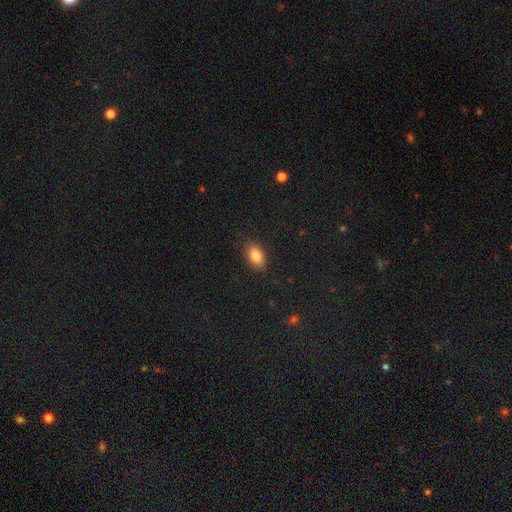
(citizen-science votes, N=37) A smooth galaxy with no disk features (86%) that is in between round and cigar-shaped (91%).

Vote fractions:
- Smooth or featured? smooth: 86% / featured or disk: 8% / star or artifact: 5%
- How rounded? in between: 91% / round: 9% / cigar-shaped: 0%
- Merging? none: 83% / minor disturbance: 11% / major disturbance: 3% / merger: 3%